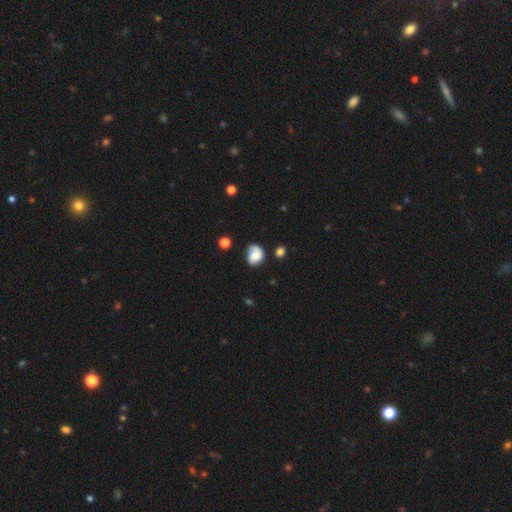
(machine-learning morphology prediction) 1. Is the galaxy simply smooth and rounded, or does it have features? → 56% smooth, 35% featured or disk, 9% star or artifact.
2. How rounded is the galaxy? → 51% round, 48% in between, 1% cigar-shaped.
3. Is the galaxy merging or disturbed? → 55% none, 31% minor disturbance, 10% major disturbance, 5% merger.